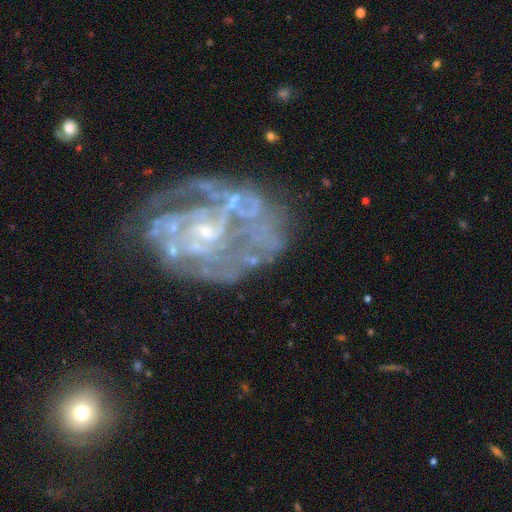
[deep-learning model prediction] Smooth or featured? Predicted: featured or disk (p=0.82). Edge-on disk? Predicted: no (p=0.97). Bar? Predicted: no (p=0.68). Spiral arms? Predicted: yes (p=0.74). Spiral winding? Predicted: tight (p=0.52). Spiral arm count? Predicted: can't tell (p=0.44). Bulge size? Predicted: small (p=0.66). Merging? Predicted: none (p=0.51).